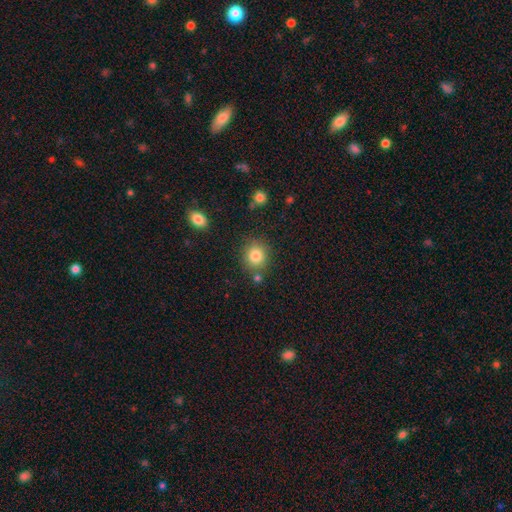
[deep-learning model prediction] smooth 82%, star or artifact 11%, featured or disk 7%. Down the decision tree: how rounded — round (82%); merging — none (79%).